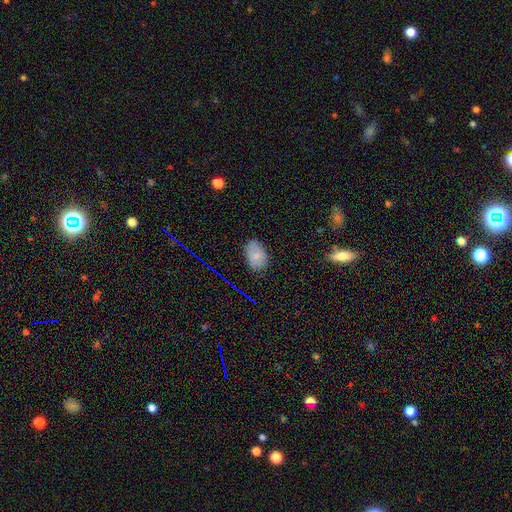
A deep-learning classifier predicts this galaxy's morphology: smooth-or-featured: smooth: 74% | featured or disk: 14% | star or artifact: 12%
  how-rounded: in between: 87% | round: 12% | cigar-shaped: 1%
  merging: none: 77% | minor disturbance: 18% | major disturbance: 4% | merger: 1%